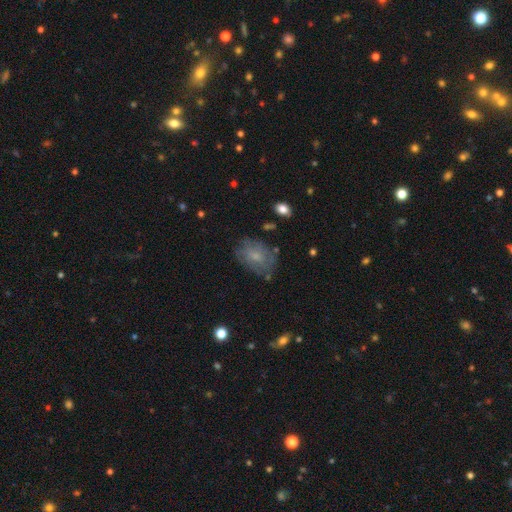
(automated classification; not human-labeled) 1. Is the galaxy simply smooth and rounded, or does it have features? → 53% smooth, 38% featured or disk, 9% star or artifact.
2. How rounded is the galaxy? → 76% in between, 23% round, 1% cigar-shaped.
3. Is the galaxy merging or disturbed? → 64% none, 24% minor disturbance, 10% major disturbance, 2% merger.